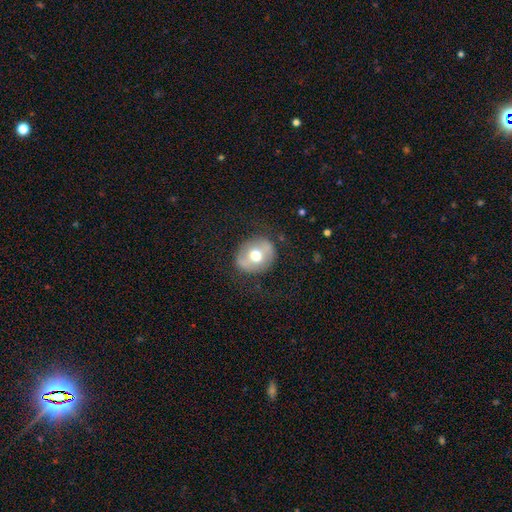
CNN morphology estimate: This is possibly a smooth galaxy (51%). How rounded: likely round (67%). Merging: likely none (78%).